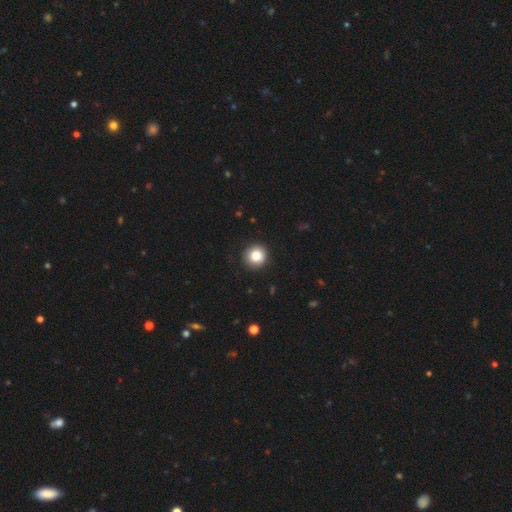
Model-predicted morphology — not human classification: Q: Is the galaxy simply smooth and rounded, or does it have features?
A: smooth — 86%.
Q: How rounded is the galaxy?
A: round — 94%.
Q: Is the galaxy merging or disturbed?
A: none — 91%.